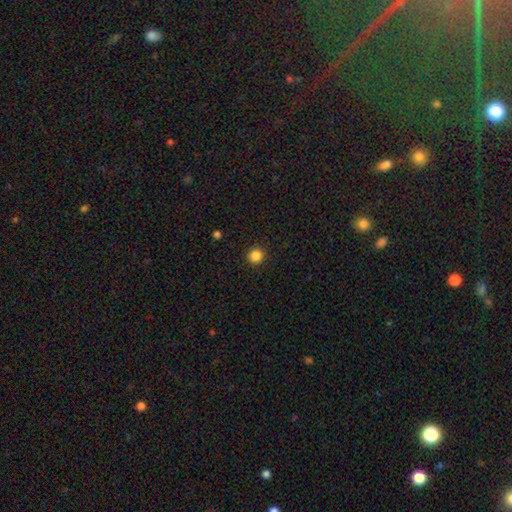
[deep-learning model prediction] A smooth galaxy with no disk features (85%) that is round (95%). Merging: none (93%).